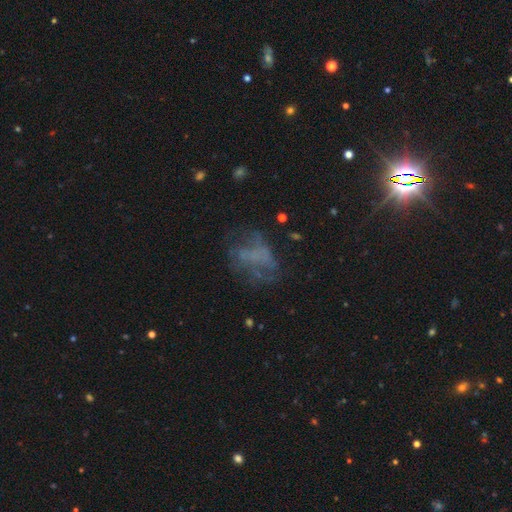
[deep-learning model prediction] Q: Smooth or featured?
A: featured or disk (49%); runner-up: smooth (28%)
Q: Merging?
A: none (46%); runner-up: major disturbance (31%)